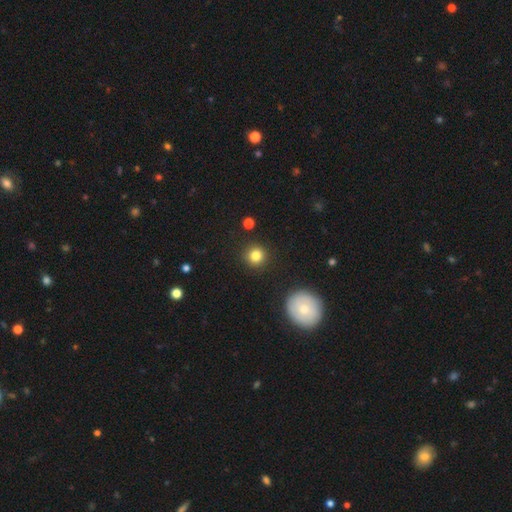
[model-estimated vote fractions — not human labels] Overall: smooth (83%). How rounded: round (93%). Merging: none (90%).